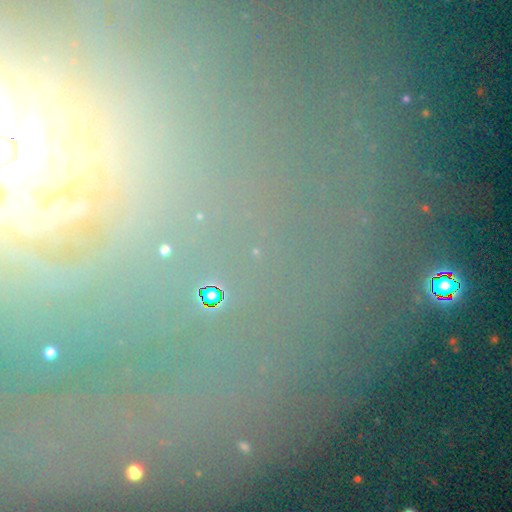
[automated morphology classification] Smooth or featured?
  - star or artifact: 69% *
  - smooth: 19%
  - featured or disk: 12%